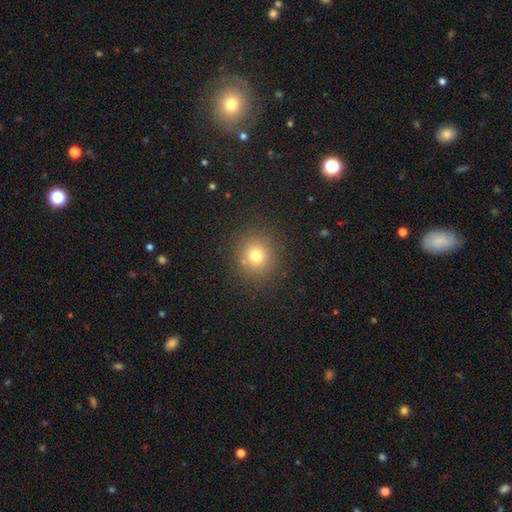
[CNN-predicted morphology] smooth 75%, star or artifact 16%, featured or disk 9%. Down the decision tree: how rounded — round (89%); merging — none (87%).